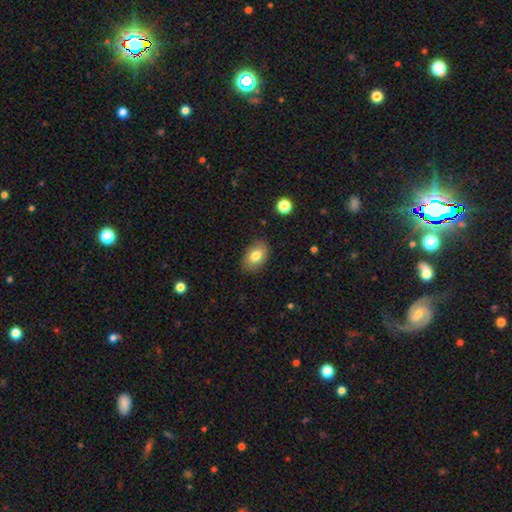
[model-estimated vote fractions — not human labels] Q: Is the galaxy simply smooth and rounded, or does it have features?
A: smooth — 79%.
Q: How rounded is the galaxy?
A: in between — 87%.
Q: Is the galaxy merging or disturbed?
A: none — 85%.